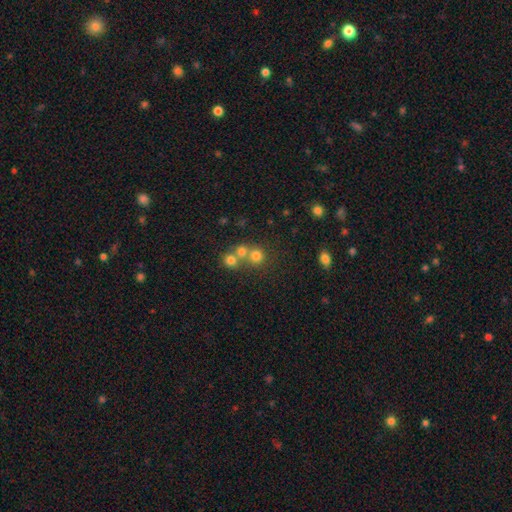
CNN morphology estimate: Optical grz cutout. It shows a smooth galaxy with no disk features (69%) that is round (88%). Merging: none (48%).